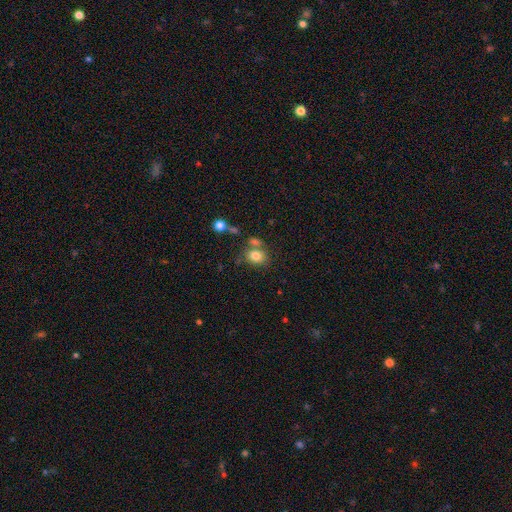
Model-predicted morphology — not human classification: Smooth or featured?
  - smooth: 80% *
  - star or artifact: 11%
  - featured or disk: 9%
How rounded?
  - round: 54% *
  - in between: 45%
  - cigar-shaped: 1%
Merging?
  - none: 60% *
  - merger: 20%
  - minor disturbance: 14%
  - major disturbance: 5%